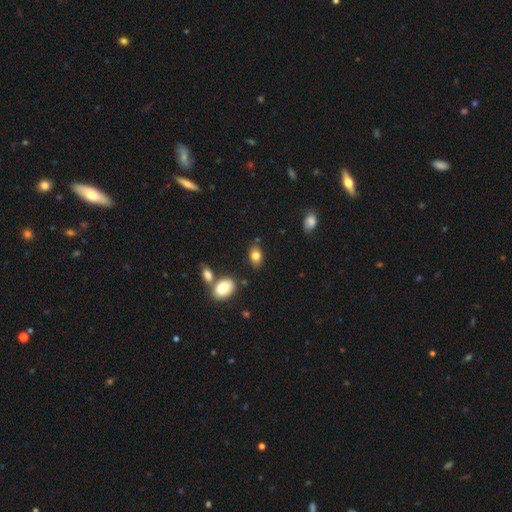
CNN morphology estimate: Smooth or featured? Predicted: smooth (p=0.80). How rounded? Predicted: in between (p=0.85). Merging? Predicted: none (p=0.76).